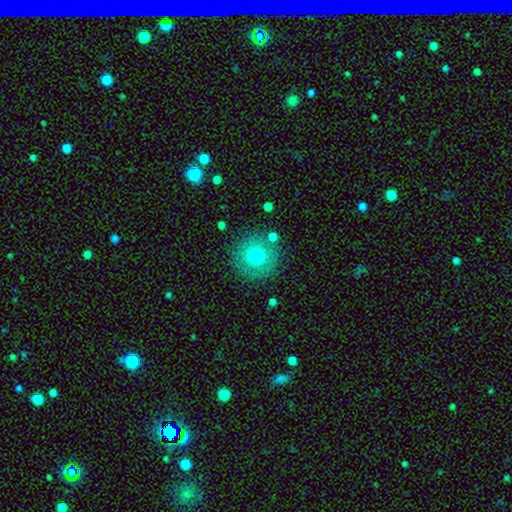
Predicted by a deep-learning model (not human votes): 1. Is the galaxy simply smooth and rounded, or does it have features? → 72% smooth, 17% featured or disk, 11% star or artifact.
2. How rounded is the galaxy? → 96% round, 3% in between, 1% cigar-shaped.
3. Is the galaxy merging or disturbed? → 85% none, 9% minor disturbance, 3% merger, 3% major disturbance.